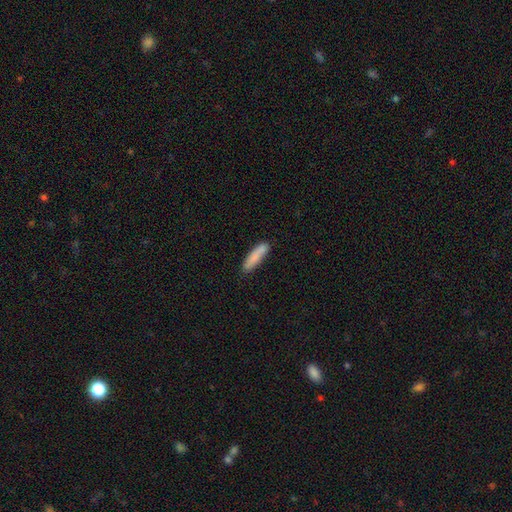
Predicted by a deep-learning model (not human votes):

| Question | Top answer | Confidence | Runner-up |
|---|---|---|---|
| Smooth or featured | smooth | 84% | featured or disk (9%) |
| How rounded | cigar-shaped | 80% | in between (19%) |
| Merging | none | 81% | minor disturbance (14%) |